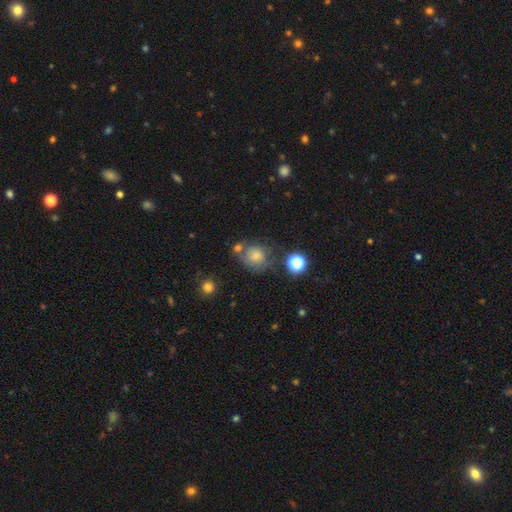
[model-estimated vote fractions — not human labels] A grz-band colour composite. It shows a smooth galaxy with no disk features (67%) that is round (80%). Merging: none (52%).